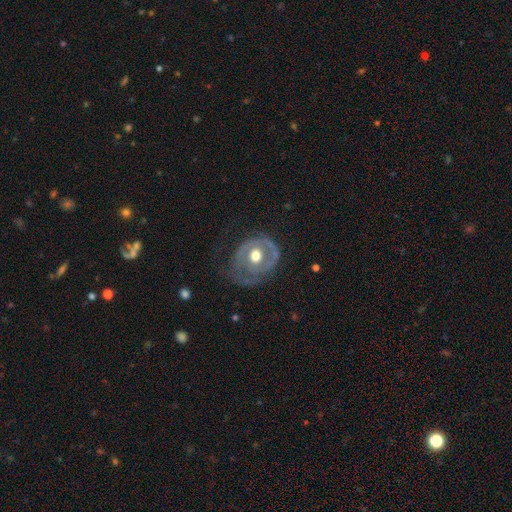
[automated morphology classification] This appears to be a featured or disk galaxy (69%) with no bar (82%), no spiral arms (51%) and a moderate central bulge (69%). Merging: none (45%).